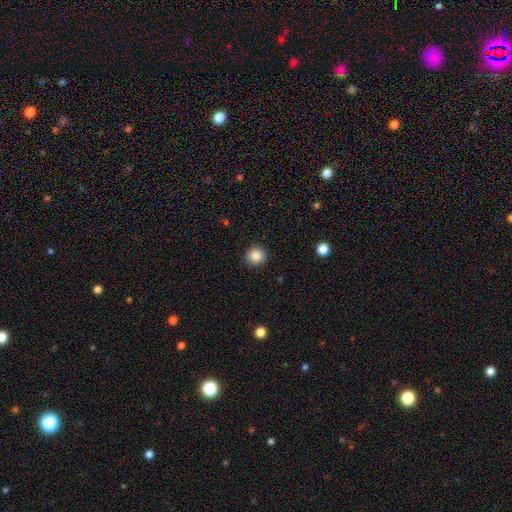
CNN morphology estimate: smooth_or_featured: smooth (p=0.87) [alt: star or artifact p=0.10]
how_rounded: round (p=0.88) [alt: in between p=0.11]
merging: none (p=0.91) [alt: minor disturbance p=0.06]